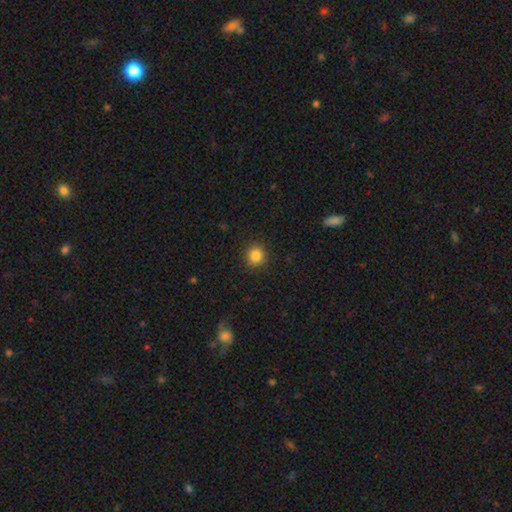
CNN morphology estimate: smooth-or-featured: smooth: 84% | star or artifact: 11% | featured or disk: 4%
  how-rounded: round: 93% | in between: 6% | cigar-shaped: 1%
  merging: none: 91% | minor disturbance: 6% | major disturbance: 2% | merger: 1%